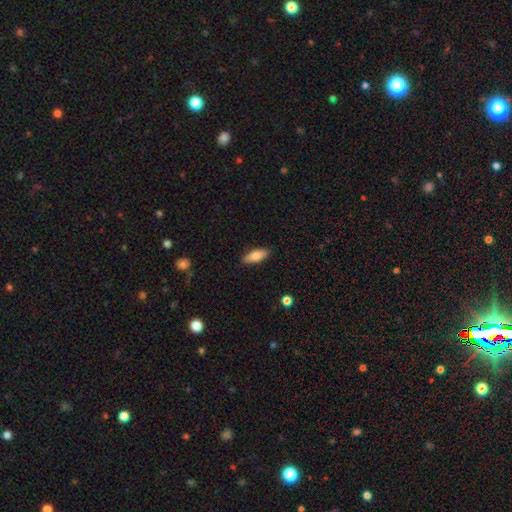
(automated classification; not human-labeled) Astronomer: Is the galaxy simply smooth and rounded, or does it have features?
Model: smooth — 81%.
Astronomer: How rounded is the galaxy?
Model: in between — 73%.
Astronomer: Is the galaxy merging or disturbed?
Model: none — 87%.